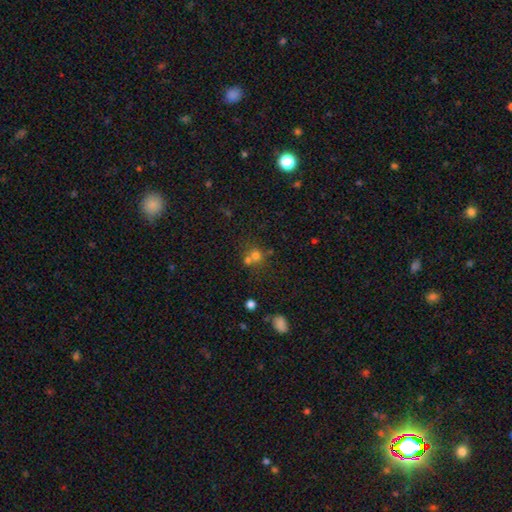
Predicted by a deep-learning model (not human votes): smooth-or-featured: smooth: 67% | star or artifact: 20% | featured or disk: 13%
  how-rounded: round: 85% | in between: 14% | cigar-shaped: 1%
  merging: none: 47% | merger: 42% | minor disturbance: 8% | major disturbance: 4%